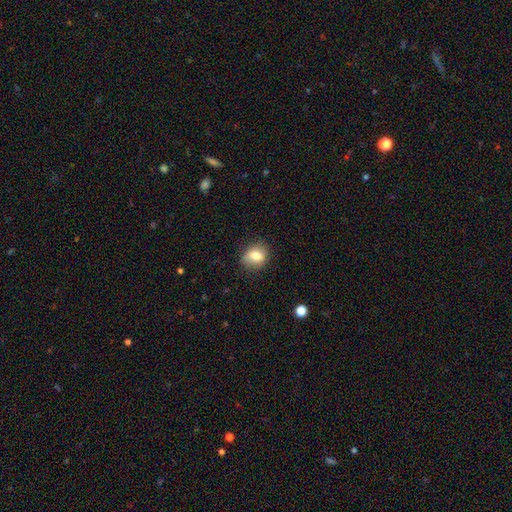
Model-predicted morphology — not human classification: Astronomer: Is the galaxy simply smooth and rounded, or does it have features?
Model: smooth — 77%.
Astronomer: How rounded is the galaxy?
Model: round — 54% (runner-up: in between, 44%).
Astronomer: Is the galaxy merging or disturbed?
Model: none — 79%.